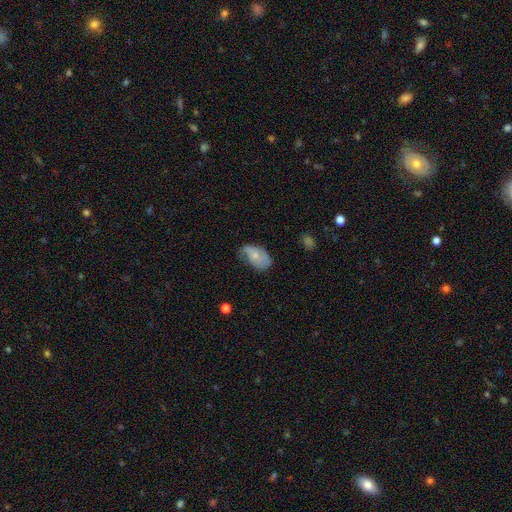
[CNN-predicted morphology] This is possibly a smooth galaxy (59%). How rounded: clearly in between (91%). Merging: marginally none (44%).